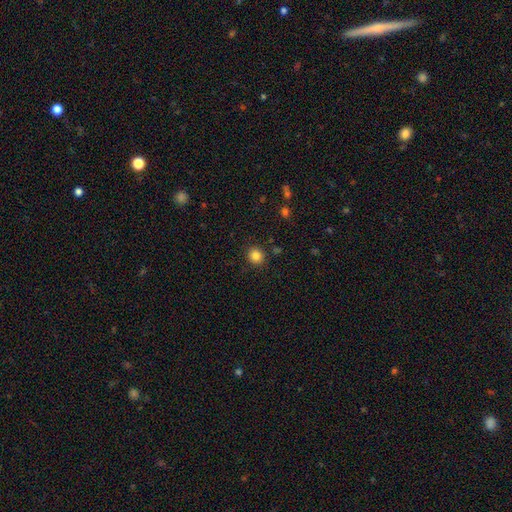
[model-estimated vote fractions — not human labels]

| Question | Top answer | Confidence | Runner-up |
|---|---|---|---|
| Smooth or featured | smooth | 84% | star or artifact (11%) |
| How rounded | round | 85% | in between (14%) |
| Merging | none | 90% | minor disturbance (6%) |